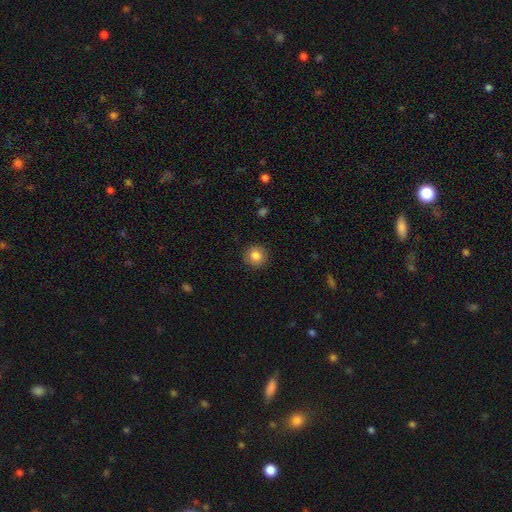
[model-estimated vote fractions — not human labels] This is clearly a smooth galaxy (83%). How rounded: clearly round (92%). Merging: clearly none (90%).